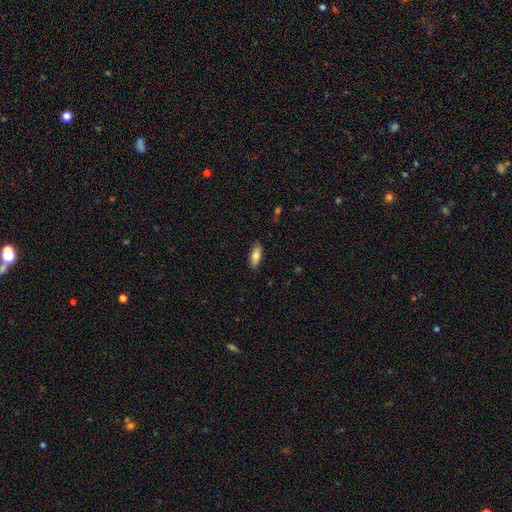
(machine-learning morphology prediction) smooth-or-featured: smooth: 79% | featured or disk: 15% | star or artifact: 6%
  how-rounded: in between: 69% | cigar-shaped: 29% | round: 2%
  merging: none: 87% | minor disturbance: 10% | major disturbance: 2% | merger: 1%